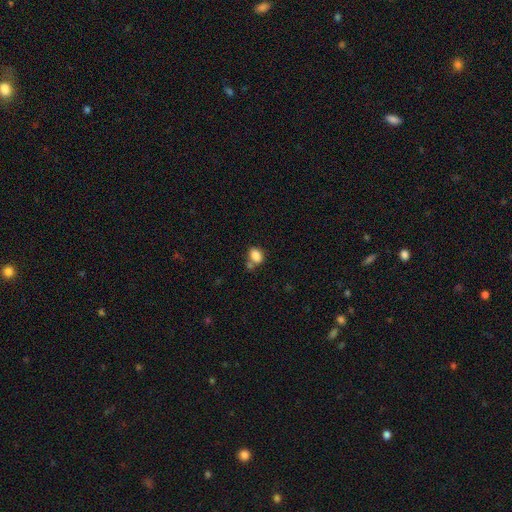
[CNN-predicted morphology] smooth-or-featured: smooth: 83% | star or artifact: 10% | featured or disk: 7%
  how-rounded: in between: 71% | round: 28% | cigar-shaped: 1%
  merging: none: 53% | merger: 26% | minor disturbance: 15% | major disturbance: 5%